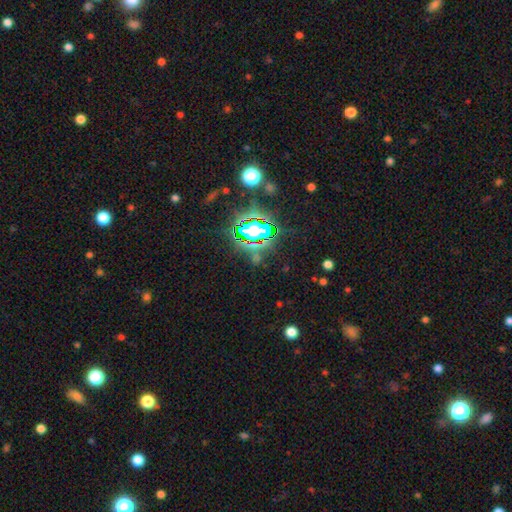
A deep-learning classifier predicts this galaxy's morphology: A star or artifact, not a galaxy (75%).

Vote fractions:
- Smooth or featured? star or artifact: 75% / smooth: 16% / featured or disk: 10%